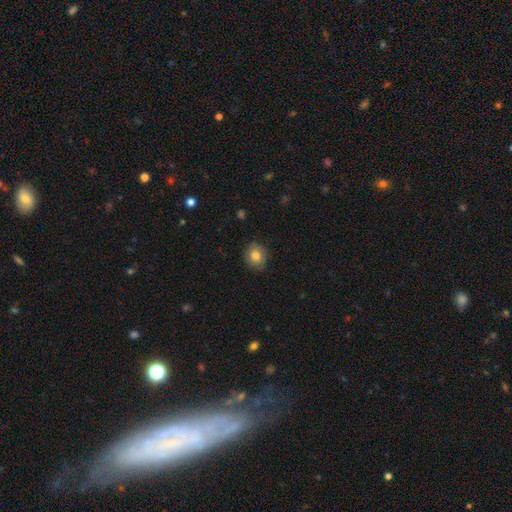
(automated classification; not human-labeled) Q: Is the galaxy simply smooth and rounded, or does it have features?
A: smooth — 80%.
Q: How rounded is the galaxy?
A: round — 71%.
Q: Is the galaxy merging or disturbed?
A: none — 84%.